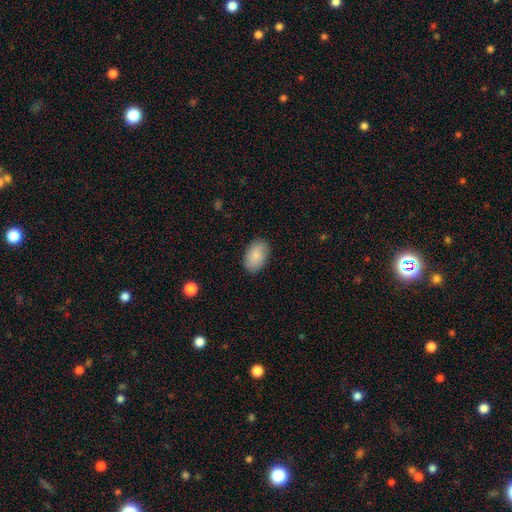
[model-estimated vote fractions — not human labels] Smooth or featured? smooth (87%)
How rounded? in between (91%)
Merging? none (87%)